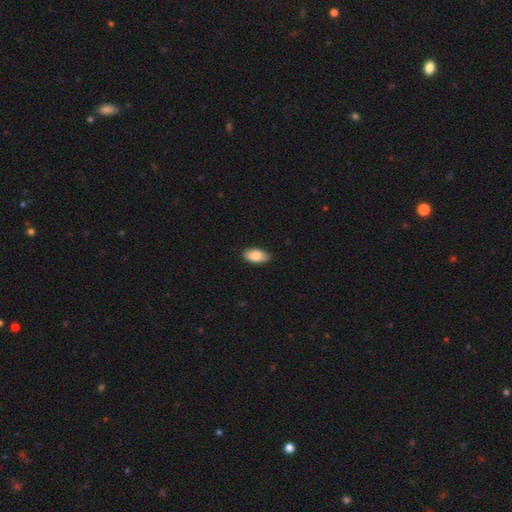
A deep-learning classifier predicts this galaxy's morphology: Smooth or featured: smooth — 88% (featured or disk — 6%)
How rounded: in between — 94% (cigar-shaped — 4%)
Merging: none — 86% (minor disturbance — 11%)